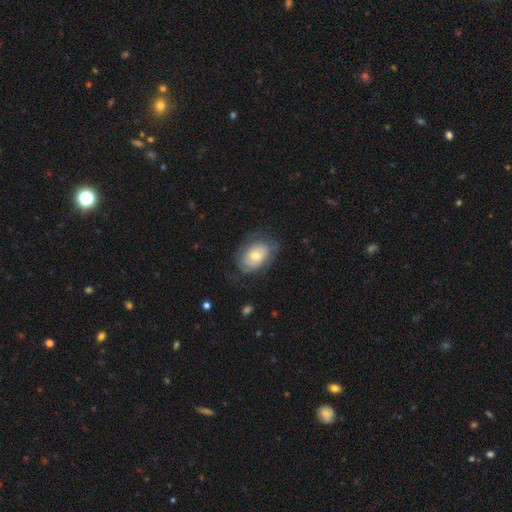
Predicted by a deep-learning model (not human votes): smooth_or_featured: smooth (p=0.50) [alt: featured or disk p=0.43]
how_rounded: in between (p=0.77) [alt: round p=0.22]
merging: none (p=0.62) [alt: minor disturbance p=0.23]